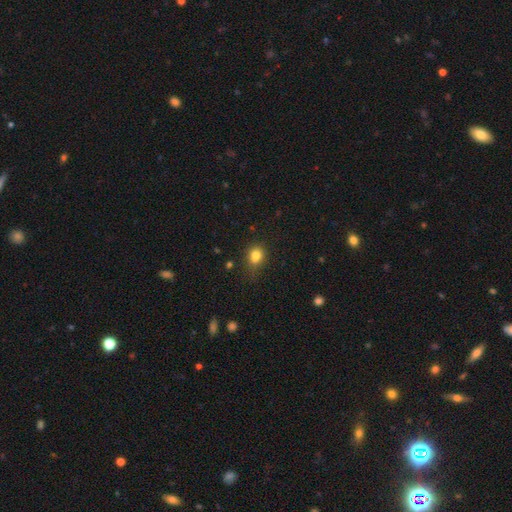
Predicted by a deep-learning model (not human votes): Smooth or featured? Predicted: smooth (p=0.80). How rounded? Predicted: round (p=0.54). Merging? Predicted: none (p=0.59).